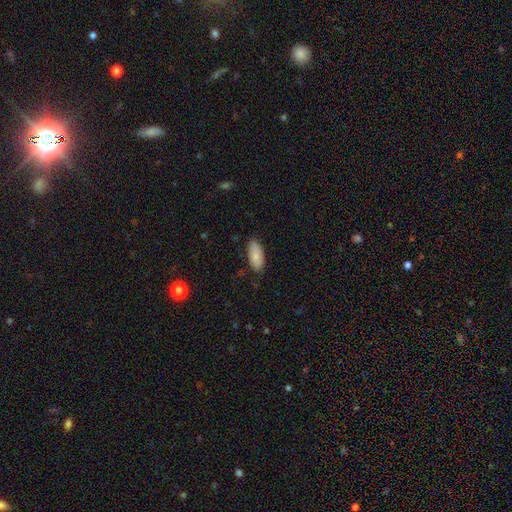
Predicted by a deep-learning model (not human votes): smooth_or_featured: smooth (p=0.85) [alt: featured or disk p=0.09]
how_rounded: in between (p=0.91) [alt: cigar-shaped p=0.08]
merging: none (p=0.84) [alt: minor disturbance p=0.13]